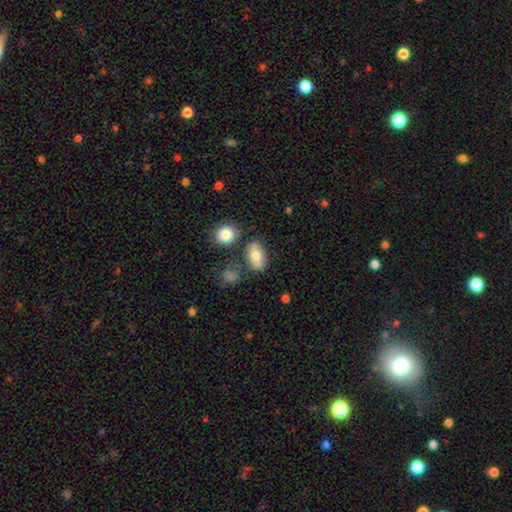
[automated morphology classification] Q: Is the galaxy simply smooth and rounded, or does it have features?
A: smooth — 72%.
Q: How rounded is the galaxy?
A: in between — 85%.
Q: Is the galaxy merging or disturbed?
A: none — 72%.